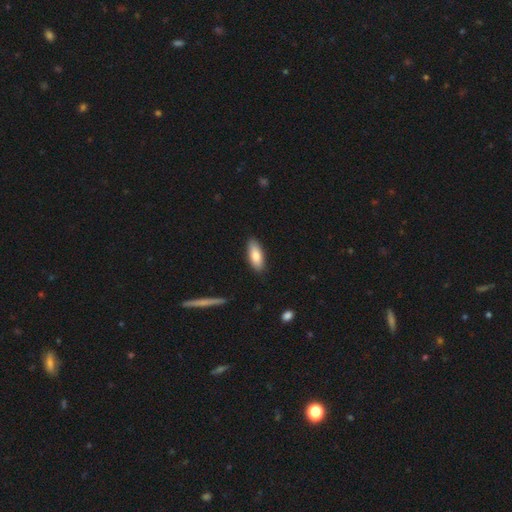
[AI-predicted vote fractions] Smooth or featured? smooth (82%)
How rounded? in between (76%)
Merging? none (86%)